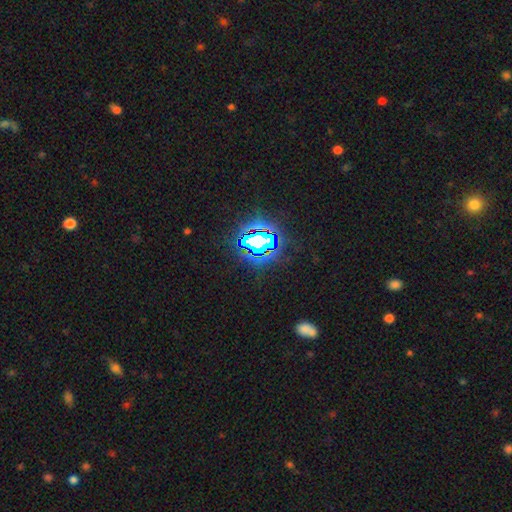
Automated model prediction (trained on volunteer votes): Smooth or featured?
  - star or artifact: 83% *
  - smooth: 10%
  - featured or disk: 7%